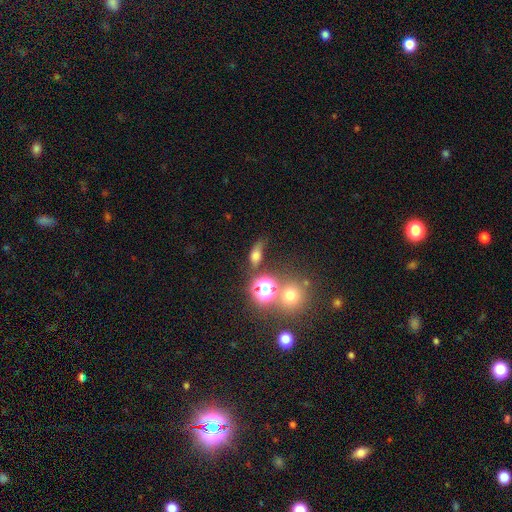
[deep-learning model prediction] smooth_or_featured: smooth (p=0.57) [alt: star or artifact p=0.25]
how_rounded: in between (p=0.61) [alt: round p=0.27]
merging: none (p=0.53) [alt: minor disturbance p=0.23]